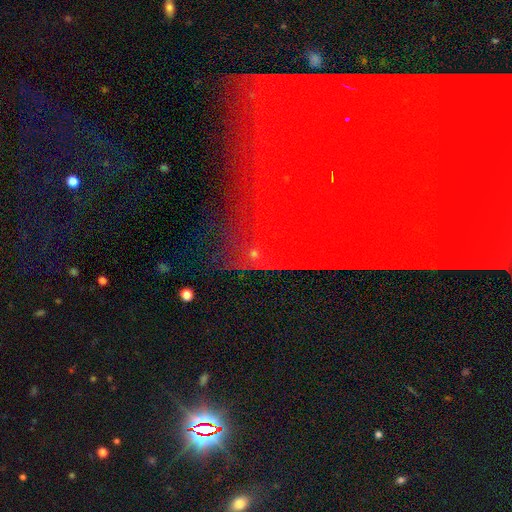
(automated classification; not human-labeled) This appears to be a star or artifact, not a galaxy (76%).